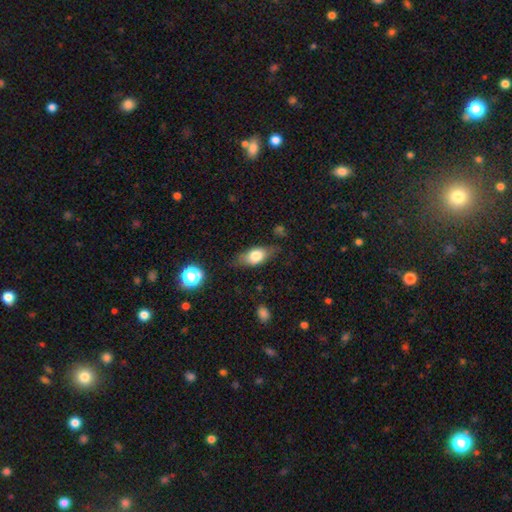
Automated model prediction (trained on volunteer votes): A smooth galaxy with no disk features (69%) that is in between round and cigar-shaped (79%). Merging: none (71%).